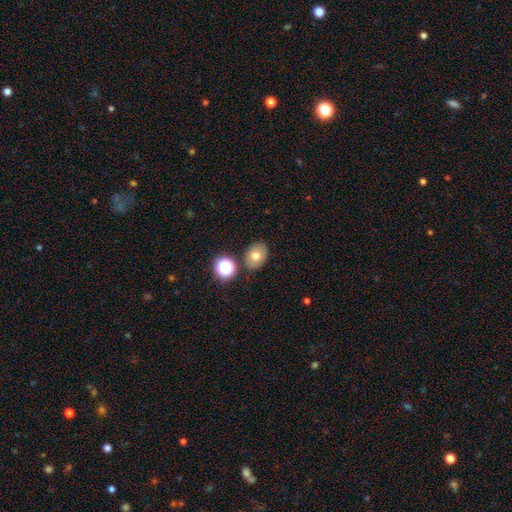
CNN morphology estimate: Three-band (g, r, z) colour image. It shows a smooth galaxy with no disk features (73%) that is in between round and cigar-shaped (65%). Merging: none (80%).